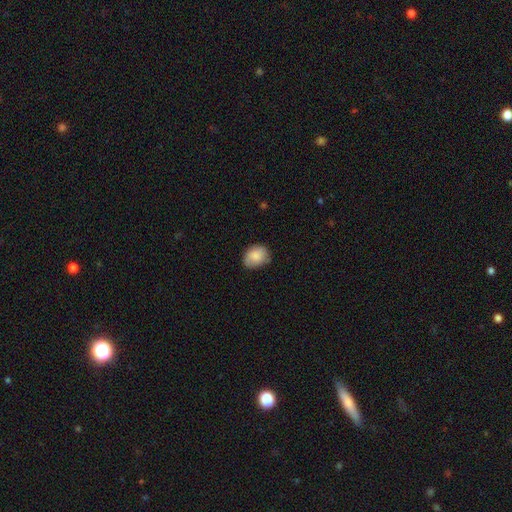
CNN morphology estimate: Smooth or featured? Predicted: smooth (p=0.82). How rounded? Predicted: in between (p=0.54). Merging? Predicted: none (p=0.69).